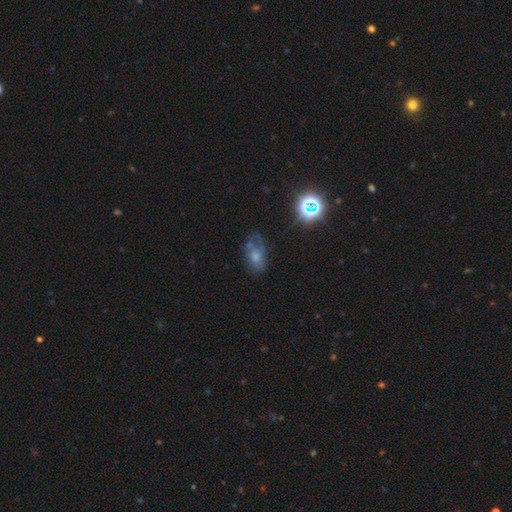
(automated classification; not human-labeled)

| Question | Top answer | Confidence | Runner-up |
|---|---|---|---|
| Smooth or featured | smooth | 52% | featured or disk (26%) |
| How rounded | in between | 83% | round (14%) |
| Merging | none | 50% | minor disturbance (28%) |